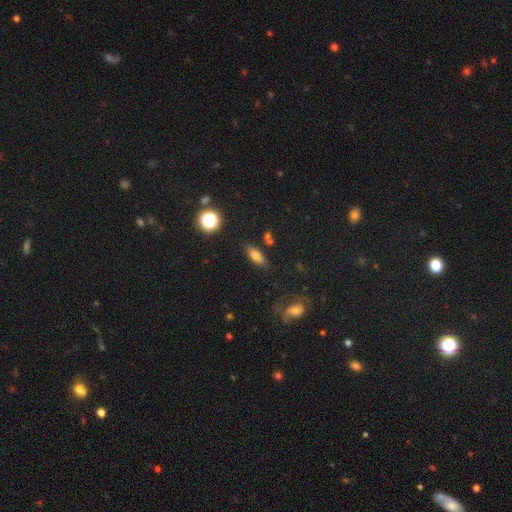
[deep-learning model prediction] Smooth or featured: smooth — 71% (featured or disk — 15%)
How rounded: in between — 71% (cigar-shaped — 23%)
Merging: none — 79% (minor disturbance — 13%)